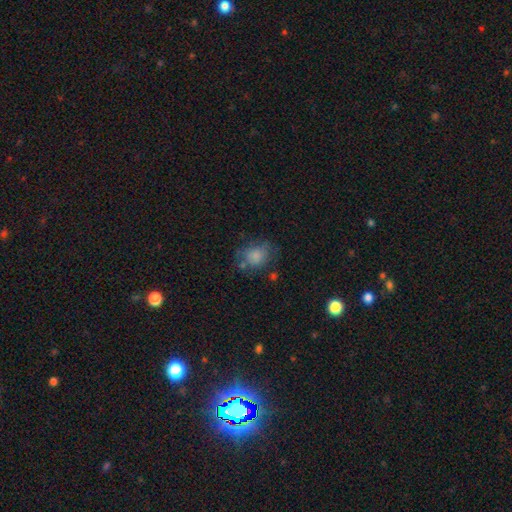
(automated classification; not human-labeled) The model was most divided on "how rounded": round: 57%, in between: 42%, cigar-shaped: 1%. More confident: smooth or featured — smooth (75%); merging — none (53%).